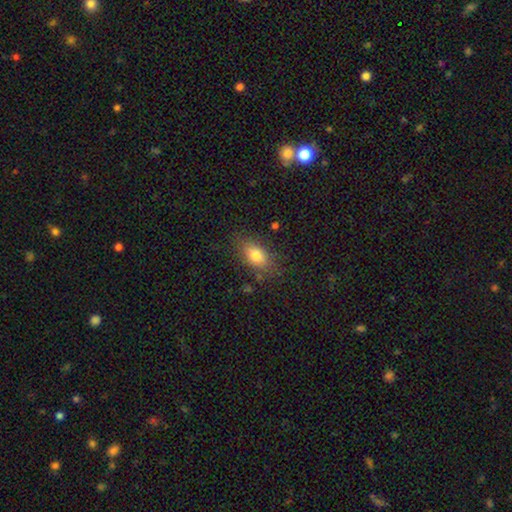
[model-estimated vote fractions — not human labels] This appears to be a smooth galaxy with no disk features (78%) that is in between round and cigar-shaped (84%). Merging: none (78%).